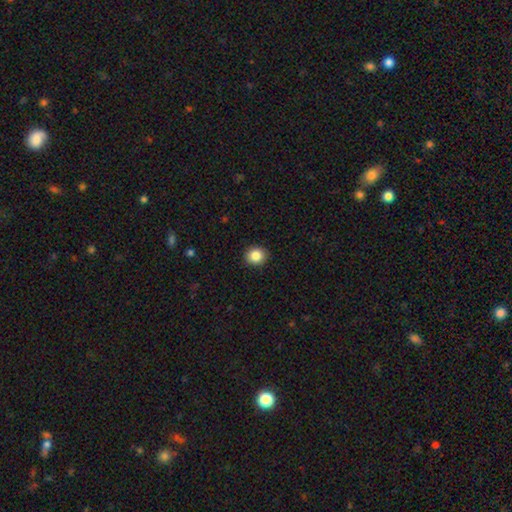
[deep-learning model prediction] The model was most divided on "how rounded": round: 75%, in between: 24%, cigar-shaped: 1%. More confident: merging — none (91%); smooth or featured — smooth (85%).